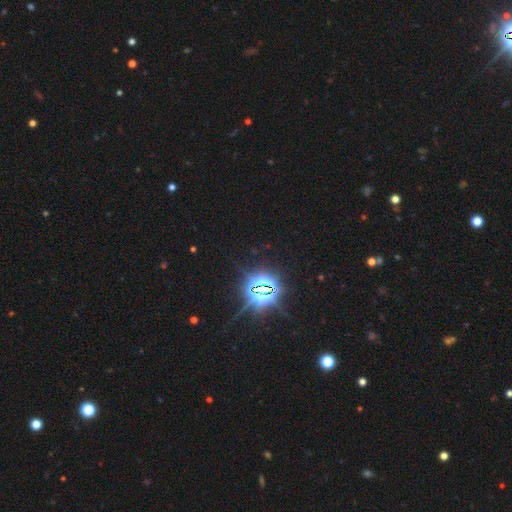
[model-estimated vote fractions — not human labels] Smooth or featured: star or artifact — 82% (smooth — 12%)